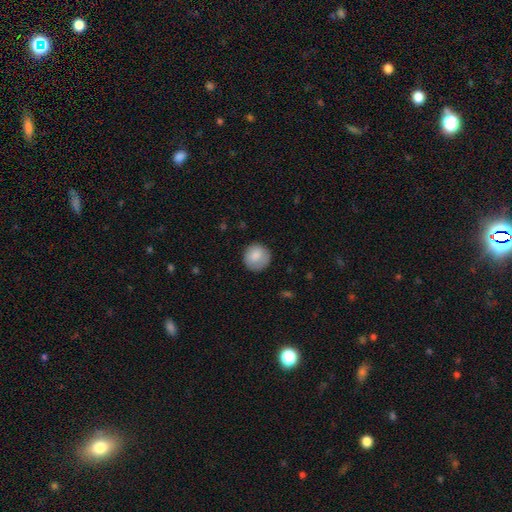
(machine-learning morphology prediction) Smooth or featured? Predicted: smooth (p=0.85). How rounded? Predicted: round (p=0.92). Merging? Predicted: none (p=0.81).